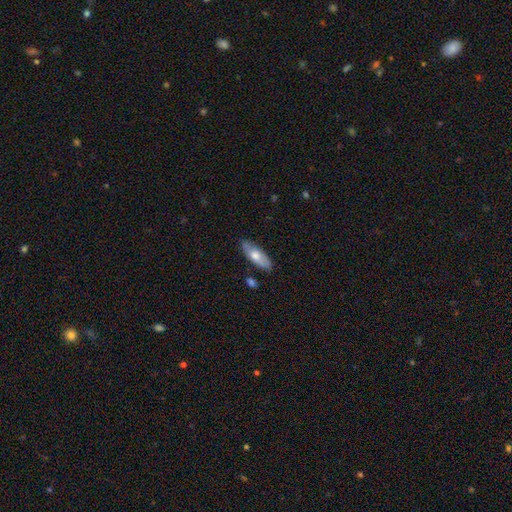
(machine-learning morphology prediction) Smooth or featured?
  - smooth: 64% *
  - featured or disk: 31%
  - star or artifact: 6%
How rounded?
  - in between: 68% *
  - cigar-shaped: 30%
  - round: 2%
Merging?
  - none: 82% *
  - minor disturbance: 13%
  - major disturbance: 2%
  - merger: 2%